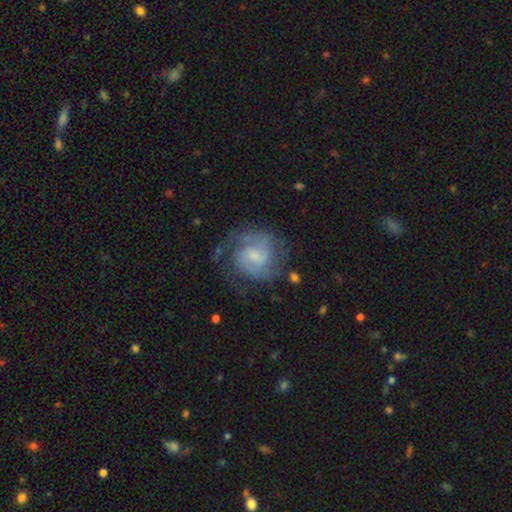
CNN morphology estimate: Smooth or featured?
  - featured or disk: 76% *
  - smooth: 18%
  - star or artifact: 7%
Edge-on disk?
  - no: 98% *
  - yes: 2%
Bar?
  - weak: 47% *
  - no: 45%
  - strong: 8%
Spiral arms?
  - yes: 94% *
  - no: 6%
Spiral winding?
  - medium: 45% *
  - tight: 40%
  - loose: 14%
Spiral arm count?
  - 2: 69% *
  - can't tell: 14%
  - 3: 7%
  - 1: 6%
  - 4: 2%
  - more than 4: 2%
Bulge size?
  - small: 50% *
  - moderate: 32%
  - none: 12%
  - large: 5%
  - dominant: 1%
Merging?
  - none: 68% *
  - minor disturbance: 18%
  - major disturbance: 12%
  - merger: 2%